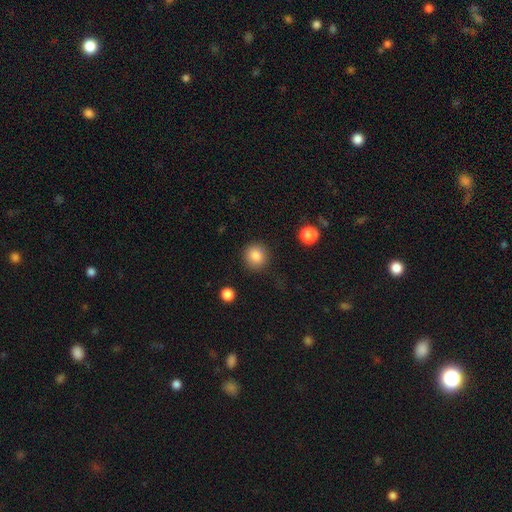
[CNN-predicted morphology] smooth-or-featured: smooth: 85% | star or artifact: 10% | featured or disk: 6%
  how-rounded: round: 90% | in between: 9% | cigar-shaped: 1%
  merging: none: 88% | minor disturbance: 8% | major disturbance: 3% | merger: 2%